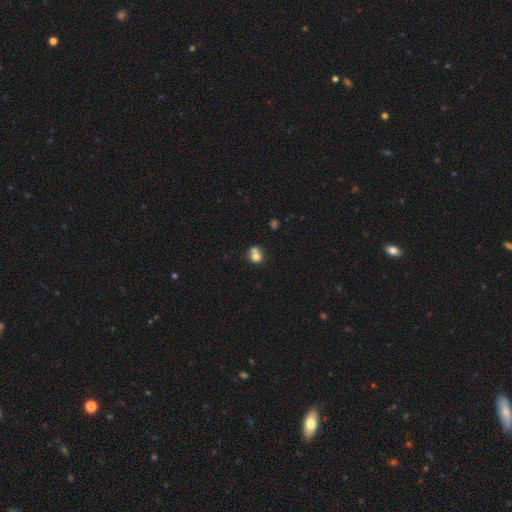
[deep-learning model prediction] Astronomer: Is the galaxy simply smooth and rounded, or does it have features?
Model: smooth — 73%.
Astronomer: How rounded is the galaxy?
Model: round — 75%.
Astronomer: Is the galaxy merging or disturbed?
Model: merger — 51% (runner-up: none, 35%).